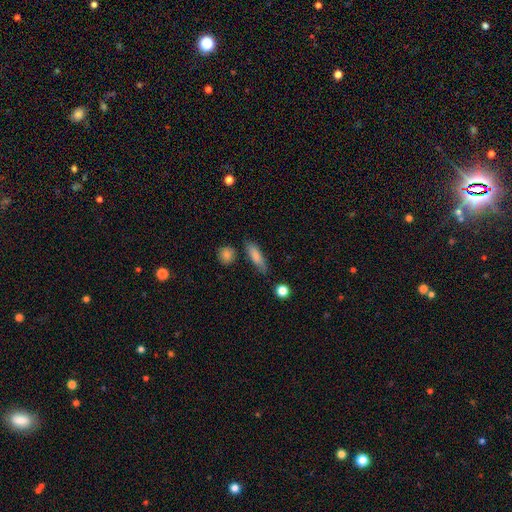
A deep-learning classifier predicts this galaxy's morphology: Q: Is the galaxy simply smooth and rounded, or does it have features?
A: smooth — 80%.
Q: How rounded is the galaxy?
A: cigar-shaped — 54%.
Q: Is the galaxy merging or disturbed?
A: none — 74%.